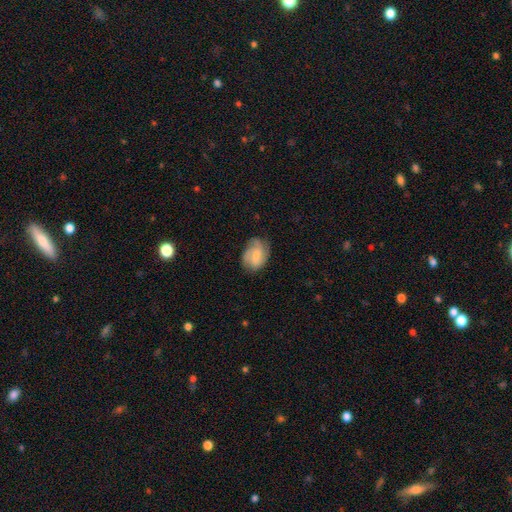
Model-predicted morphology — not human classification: This is possibly a featured or disk galaxy (59%). It is clearly not viewed edge-on (97%). Bar: possibly no (49%). Spiral arm pattern: clearly yes (91%). Spiral arm count: marginally 3 (43%). Spiral winding: possibly medium (46%). Central bulge: possibly small (45%). Merging: likely none (65%).